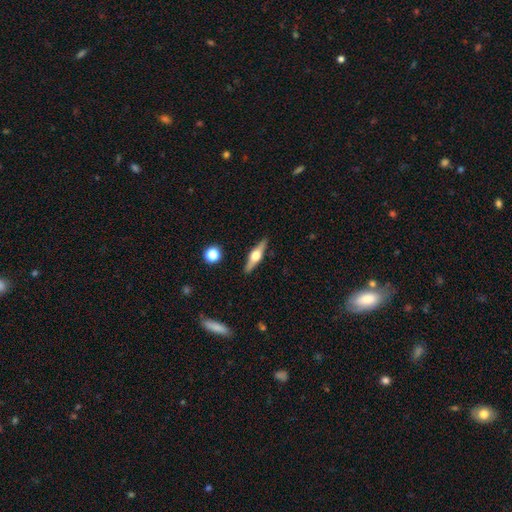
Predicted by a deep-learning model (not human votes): smooth-or-featured: featured or disk: 67% | smooth: 27% | star or artifact: 6%
  disk-edge-on: yes: 96% | no: 4%
    edge-on-bulge: rounded: 95% | boxy: 3% | none: 2%
  merging: none: 90% | minor disturbance: 7% | major disturbance: 2% | merger: 2%